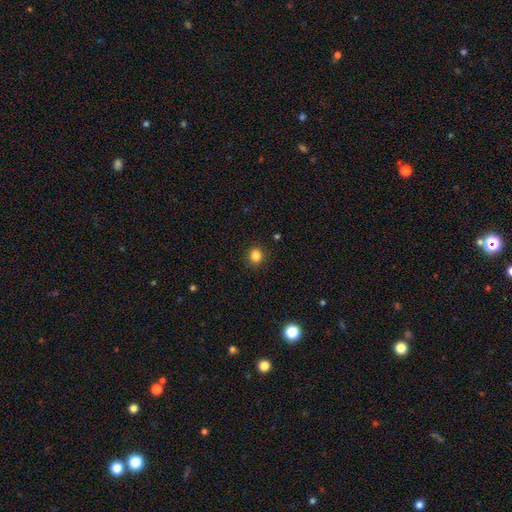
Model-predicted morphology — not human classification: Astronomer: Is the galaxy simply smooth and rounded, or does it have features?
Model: smooth — 84%.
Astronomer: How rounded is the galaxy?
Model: round — 89%.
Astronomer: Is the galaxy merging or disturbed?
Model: none — 91%.